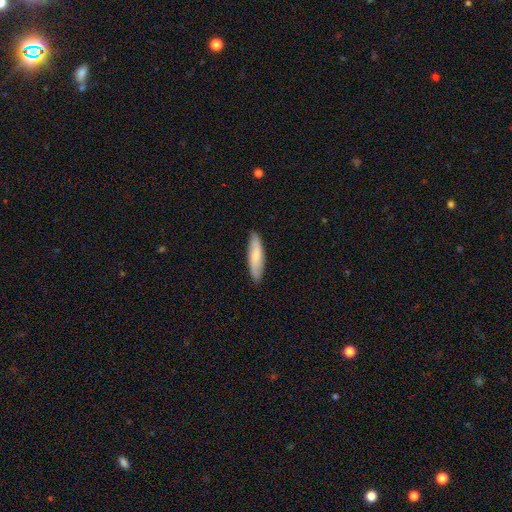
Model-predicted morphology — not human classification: smooth_or_featured: smooth (p=0.71) [alt: featured or disk p=0.23]
how_rounded: cigar-shaped (p=0.66) [alt: in between p=0.32]
merging: none (p=0.87) [alt: minor disturbance p=0.10]